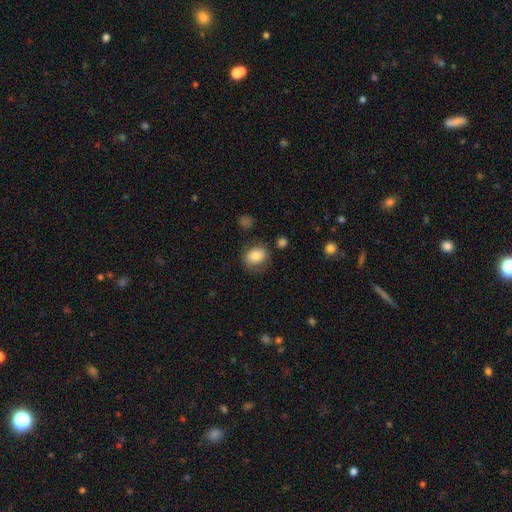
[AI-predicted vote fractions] Smooth or featured: smooth — 81% (featured or disk — 11%)
How rounded: in between — 54% (round — 45%)
Merging: none — 69% (minor disturbance — 20%)